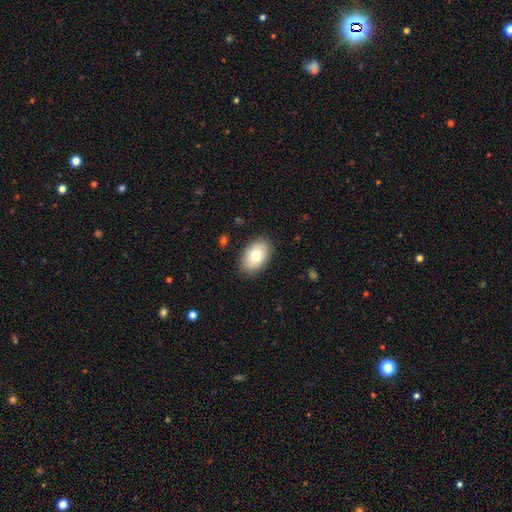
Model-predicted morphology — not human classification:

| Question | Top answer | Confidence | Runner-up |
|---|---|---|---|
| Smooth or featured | smooth | 78% | featured or disk (15%) |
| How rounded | in between | 90% | round (9%) |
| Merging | none | 88% | minor disturbance (9%) |